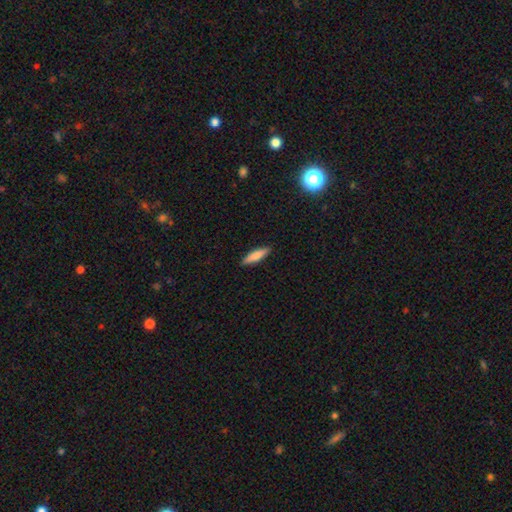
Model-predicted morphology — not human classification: type=smooth (79%); roundness=cigar-shaped (69%); merging=none (89%).